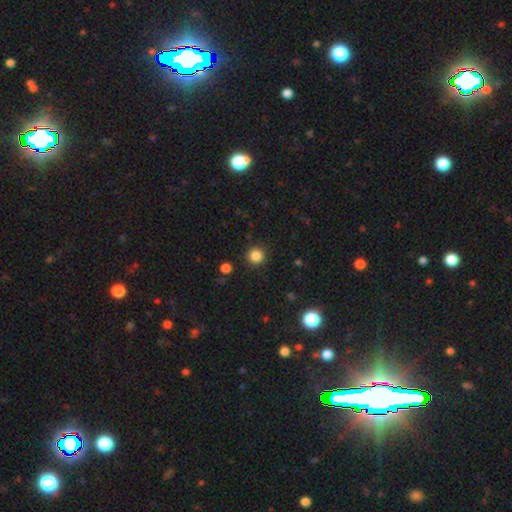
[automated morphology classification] type=smooth (85%); roundness=round (94%); merging=none (91%).